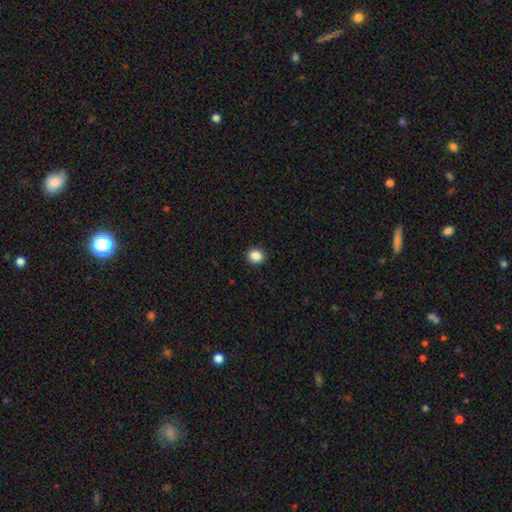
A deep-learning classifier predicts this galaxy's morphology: Overall: smooth (87%). How rounded: round (81%). Merging: none (92%).